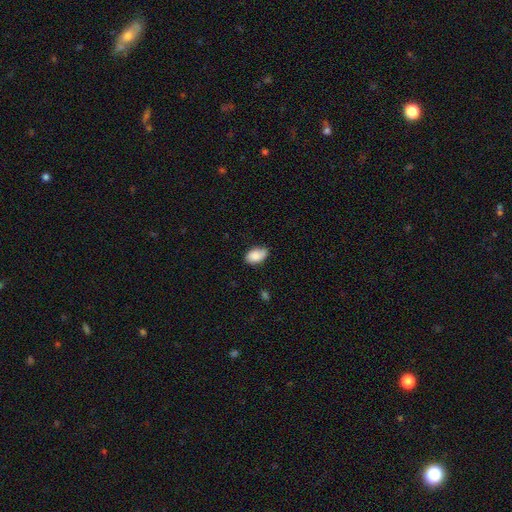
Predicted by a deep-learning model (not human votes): The model was most divided on "merging": none: 71%, minor disturbance: 24%, major disturbance: 3%, merger: 1%. More confident: how rounded — in between (92%); smooth or featured — smooth (86%).